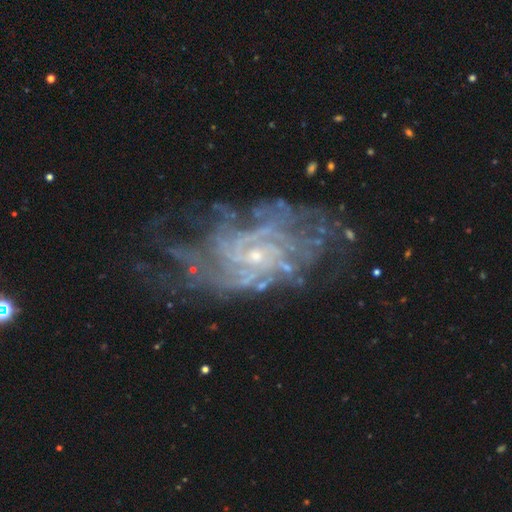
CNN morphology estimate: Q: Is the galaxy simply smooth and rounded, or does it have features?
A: featured or disk — 87%.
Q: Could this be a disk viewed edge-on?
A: no — 96%.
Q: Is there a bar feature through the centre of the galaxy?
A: no — 66%.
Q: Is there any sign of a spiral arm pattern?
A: yes — 93%.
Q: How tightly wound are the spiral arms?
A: tight — 57%.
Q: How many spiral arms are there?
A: can't tell — 40%.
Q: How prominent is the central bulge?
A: small — 79%.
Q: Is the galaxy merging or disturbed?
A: none — 57%.